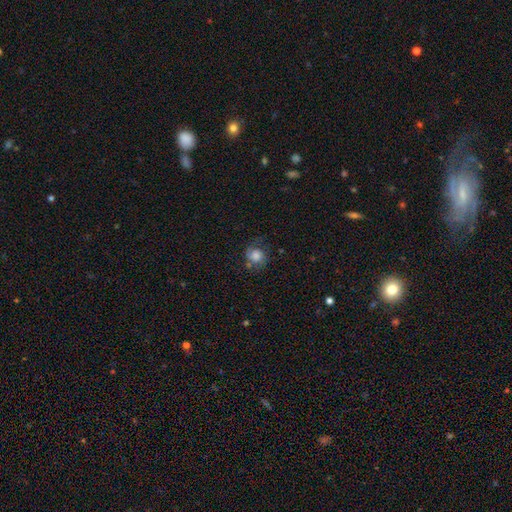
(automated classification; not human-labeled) A smooth galaxy with no disk features (58%) that is round (76%). Merging: none (55%).